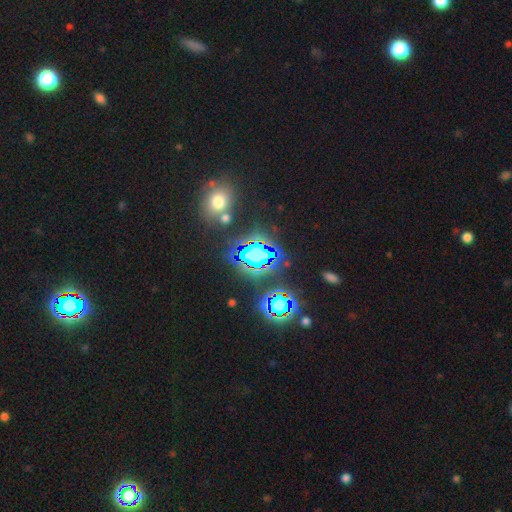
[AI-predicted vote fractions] The model was most divided on "smooth or featured": star or artifact: 74%, smooth: 15%, featured or disk: 11%.